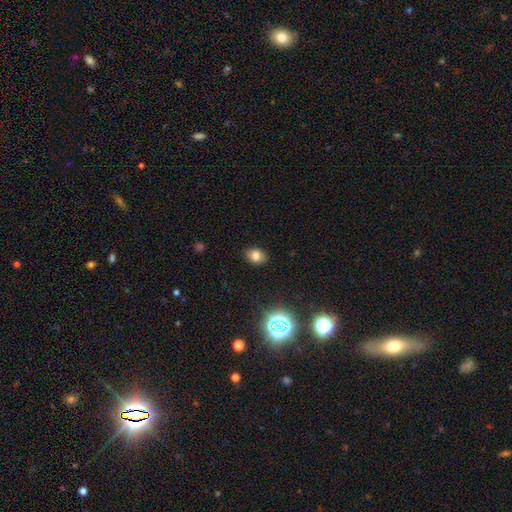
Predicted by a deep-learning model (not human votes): Overall: smooth (77%). How rounded: in between (64%; round 35%). Merging: none (87%).